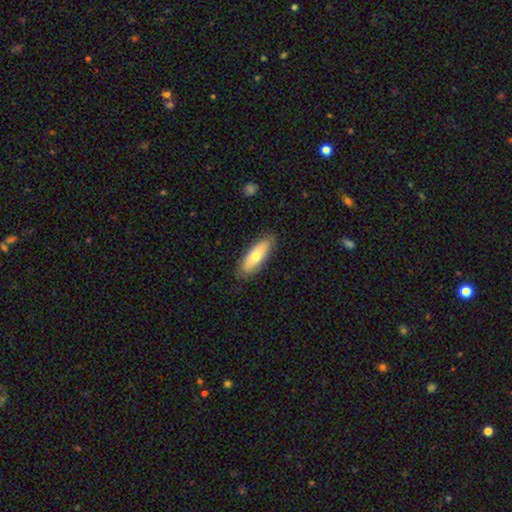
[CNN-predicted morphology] Overall: smooth (66%; featured or disk 29%). How rounded: in between (68%; cigar-shaped 30%). Merging: none (83%).